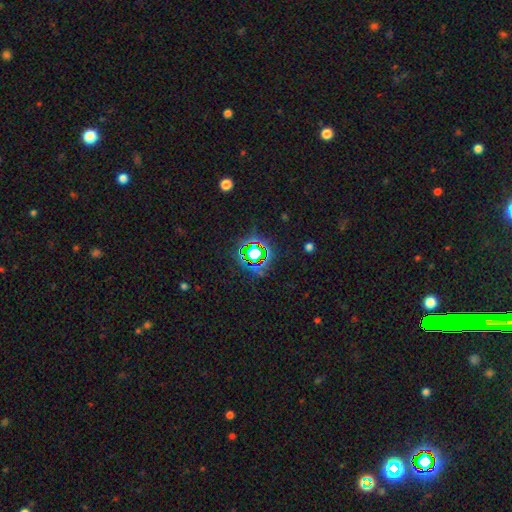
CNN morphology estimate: A star or artifact, not a galaxy (73%).

Vote fractions:
- Smooth or featured? star or artifact: 73% / smooth: 16% / featured or disk: 12%